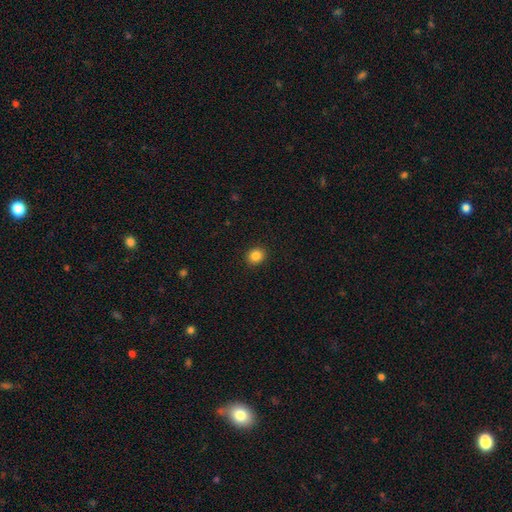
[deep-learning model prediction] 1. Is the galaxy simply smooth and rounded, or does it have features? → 85% smooth, 11% star or artifact, 4% featured or disk.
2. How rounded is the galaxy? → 78% round, 21% in between, 1% cigar-shaped.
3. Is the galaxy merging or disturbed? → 92% none, 5% minor disturbance, 2% major disturbance, 1% merger.